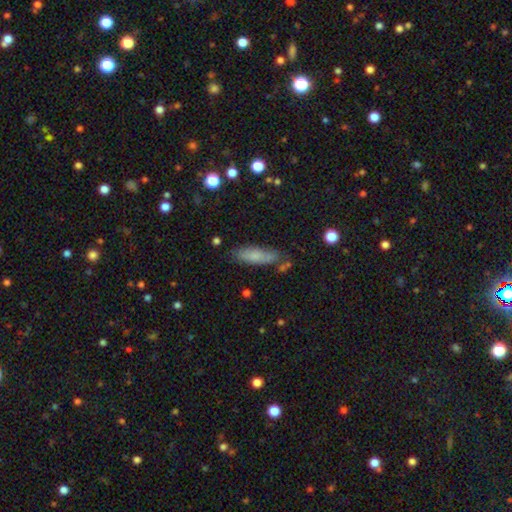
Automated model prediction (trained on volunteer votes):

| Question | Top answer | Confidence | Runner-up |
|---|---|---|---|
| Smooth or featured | smooth | 72% | featured or disk (20%) |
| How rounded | cigar-shaped | 52% | in between (46%) |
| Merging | none | 73% | minor disturbance (18%) |